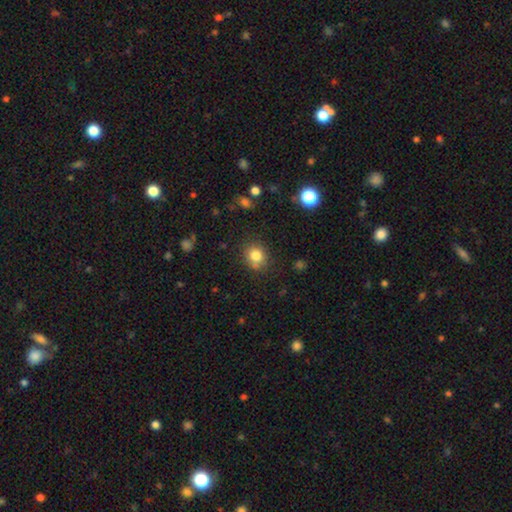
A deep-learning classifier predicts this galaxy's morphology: Smooth or featured? Predicted: smooth (p=0.81). How rounded? Predicted: round (p=0.79). Merging? Predicted: none (p=0.76).